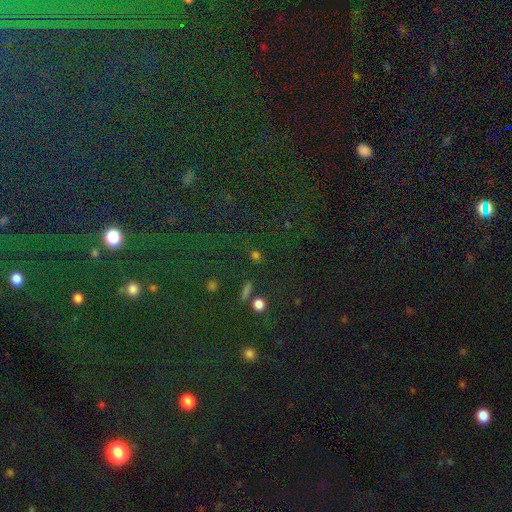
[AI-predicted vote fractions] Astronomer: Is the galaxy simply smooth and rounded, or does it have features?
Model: star or artifact — 55% (runner-up: smooth, 35%).